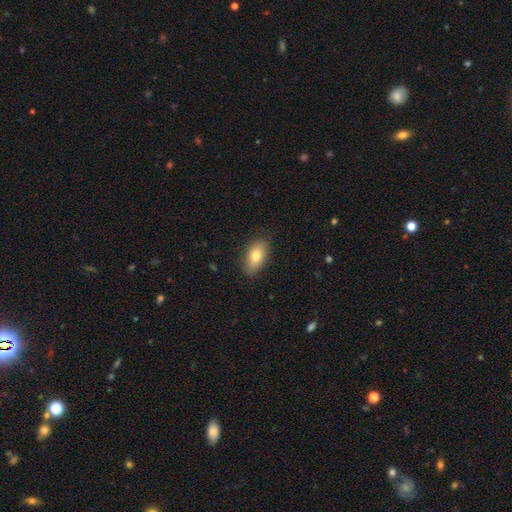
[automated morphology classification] smooth 78%, featured or disk 14%, star or artifact 7%. Down the decision tree: how rounded — in between (90%); merging — none (84%).